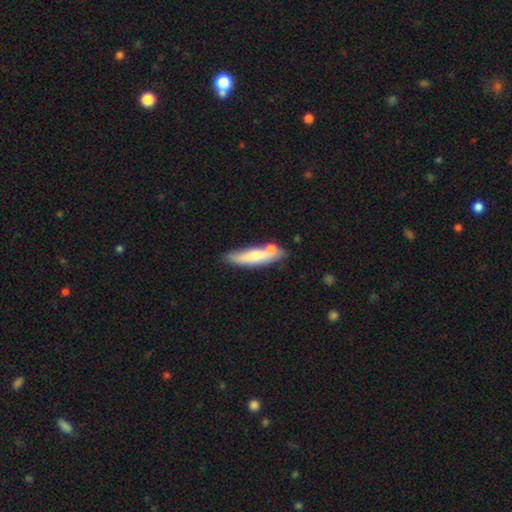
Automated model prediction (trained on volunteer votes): Q: Smooth or featured?
A: smooth (65%); runner-up: featured or disk (29%)
Q: How rounded?
A: cigar-shaped (74%); runner-up: in between (24%)
Q: Merging?
A: none (56%); runner-up: merger (21%)